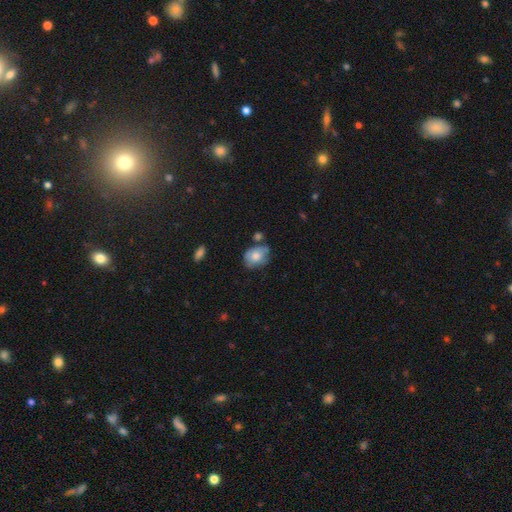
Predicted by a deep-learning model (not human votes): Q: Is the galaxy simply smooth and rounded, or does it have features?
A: smooth — 65%.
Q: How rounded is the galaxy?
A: in between — 65%.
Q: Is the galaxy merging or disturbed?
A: none — 52%.